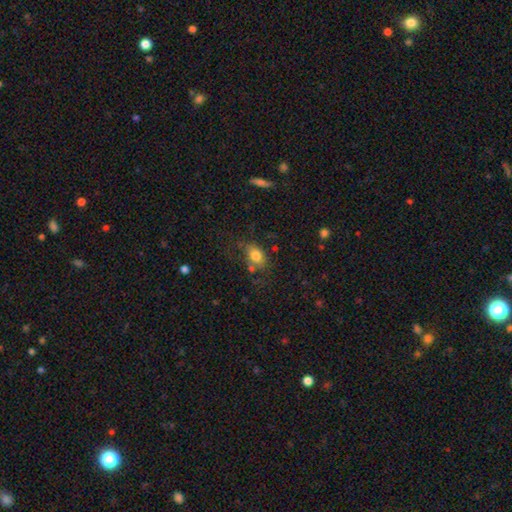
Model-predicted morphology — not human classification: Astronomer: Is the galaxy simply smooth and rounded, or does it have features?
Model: smooth — 79%.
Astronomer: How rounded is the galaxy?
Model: in between — 77%.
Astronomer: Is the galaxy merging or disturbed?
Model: none — 61%.